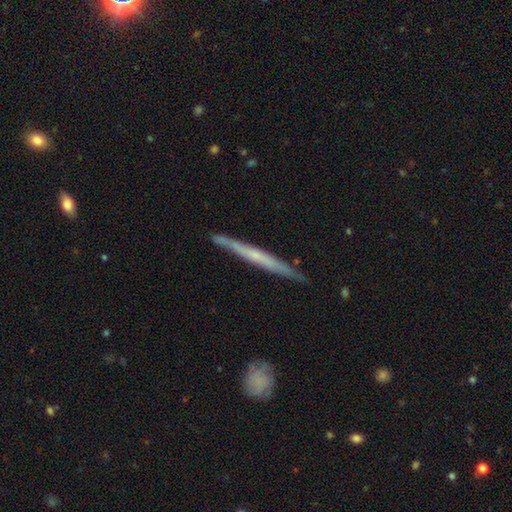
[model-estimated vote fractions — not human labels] Overall: featured or disk (62%; smooth 32%). Edge-on disk: yes (96%). Edge-on bulge: none (69%). Merging: none (86%).